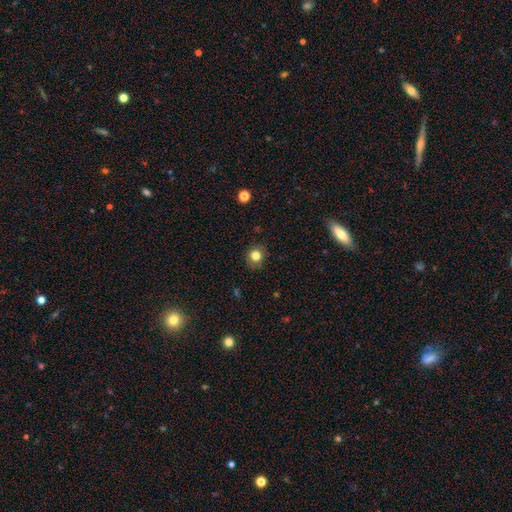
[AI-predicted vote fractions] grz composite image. It shows a smooth galaxy with no disk features (81%) that is round (86%). Merging: none (84%).